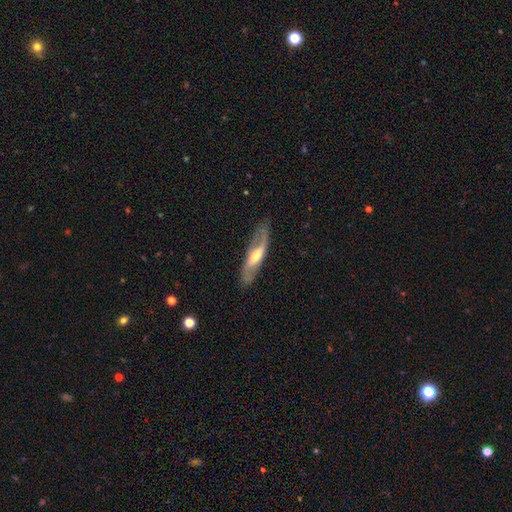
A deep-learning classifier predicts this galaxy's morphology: Smooth or featured? featured or disk (69%)
Edge-on disk? no (66%)
Merging? none (80%)